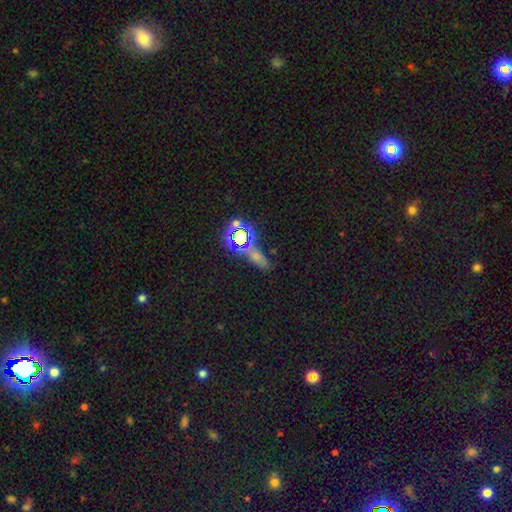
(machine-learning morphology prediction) This appears to be a smooth galaxy with no disk features (45%). Merging: none (62%).